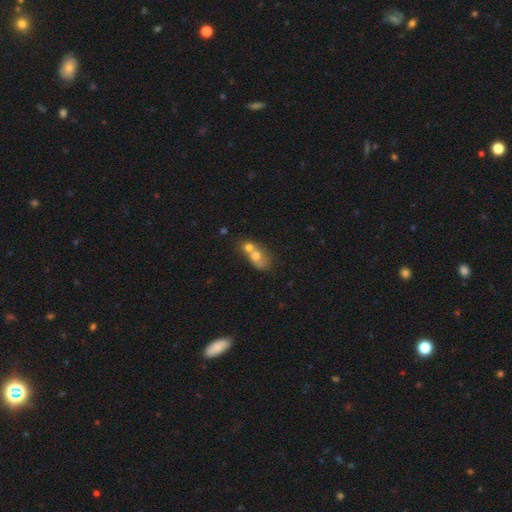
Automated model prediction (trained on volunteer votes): Morphology: type=smooth (63%); roundness=in between (55%); merging=merger (73%).